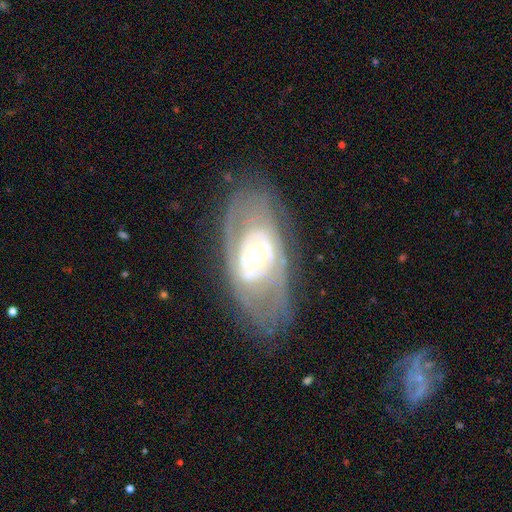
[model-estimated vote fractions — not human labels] Morphology: type=featured or disk (82%); edge-on=no (92%); bar=no (60%); spiral arms=yes (74%); winding=tight (60%); arm count=2 (45%); bulge=moderate (65%); merging=none (71%).